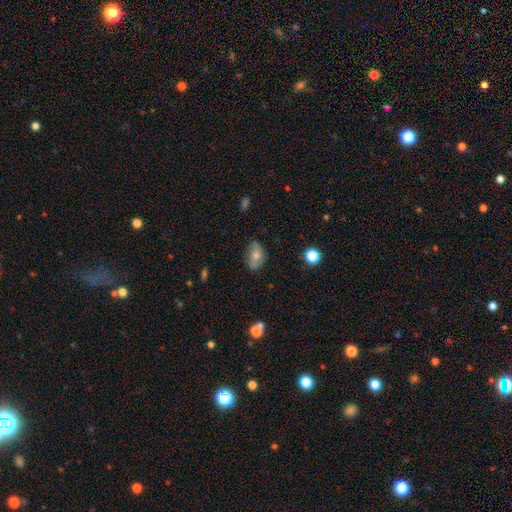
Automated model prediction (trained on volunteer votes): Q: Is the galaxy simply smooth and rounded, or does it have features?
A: smooth — 64%.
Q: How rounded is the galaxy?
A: in between — 85%.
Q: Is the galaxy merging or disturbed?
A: none — 69%.